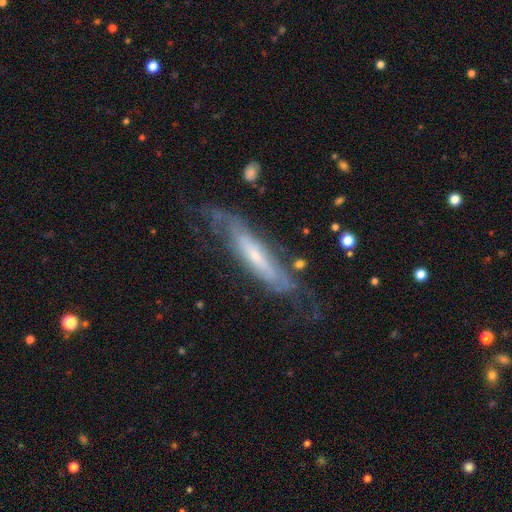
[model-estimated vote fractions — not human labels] A featured or disk galaxy (76%).

Vote fractions:
- Smooth or featured? featured or disk: 76% / smooth: 18% / star or artifact: 6%
- Edge-on disk? no: 60% / yes: 40%
- Merging? none: 60% / minor disturbance: 21% / major disturbance: 16% / merger: 3%